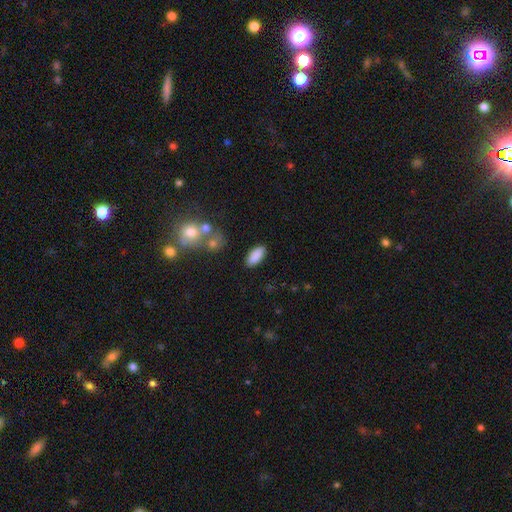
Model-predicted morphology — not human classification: This is clearly a smooth galaxy (88%). How rounded: clearly in between (85%). Merging: clearly none (86%).